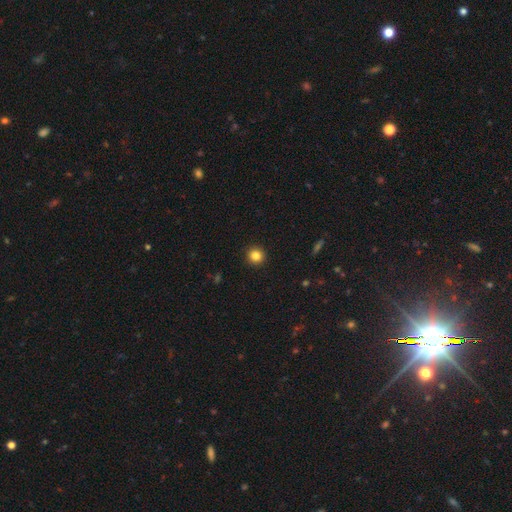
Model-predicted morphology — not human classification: The model was most divided on "smooth or featured": smooth: 84%, star or artifact: 11%, featured or disk: 5%. More confident: how rounded — round (94%); merging — none (93%).